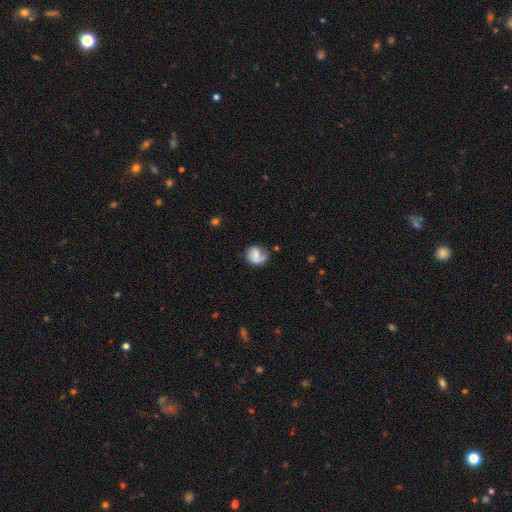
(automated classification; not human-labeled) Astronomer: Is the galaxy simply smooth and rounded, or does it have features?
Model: smooth — 46%, tied with featured or disk at 46%.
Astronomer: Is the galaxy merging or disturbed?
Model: none — 53%.